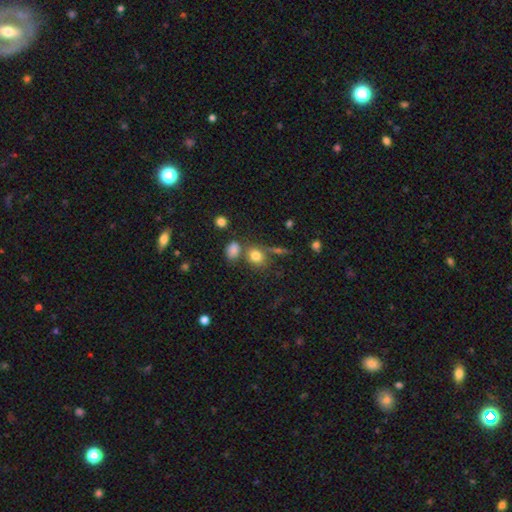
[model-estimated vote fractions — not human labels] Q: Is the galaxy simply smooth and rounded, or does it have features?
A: smooth — 79%.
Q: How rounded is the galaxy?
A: round — 56%.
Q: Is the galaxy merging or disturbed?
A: none — 60%.